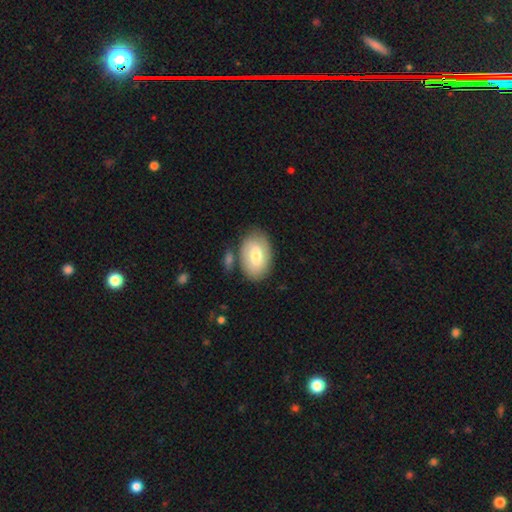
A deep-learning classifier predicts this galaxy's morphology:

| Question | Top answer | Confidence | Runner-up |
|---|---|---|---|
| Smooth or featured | smooth | 67% | featured or disk (27%) |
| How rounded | in between | 89% | round (10%) |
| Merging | none | 74% | minor disturbance (15%) |